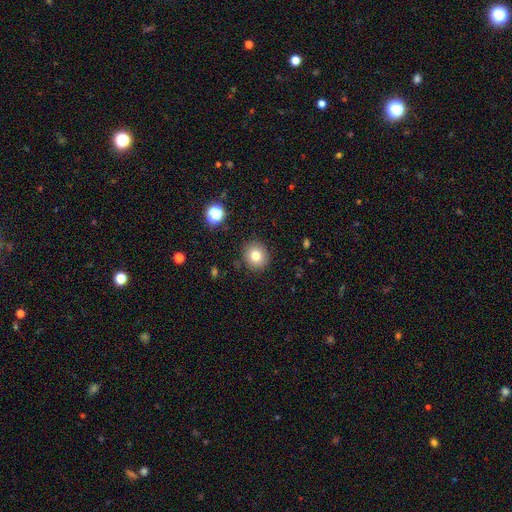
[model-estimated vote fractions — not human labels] The model was most divided on "smooth or featured": smooth: 79%, star or artifact: 12%, featured or disk: 9%. More confident: merging — none (89%); how rounded — round (86%).